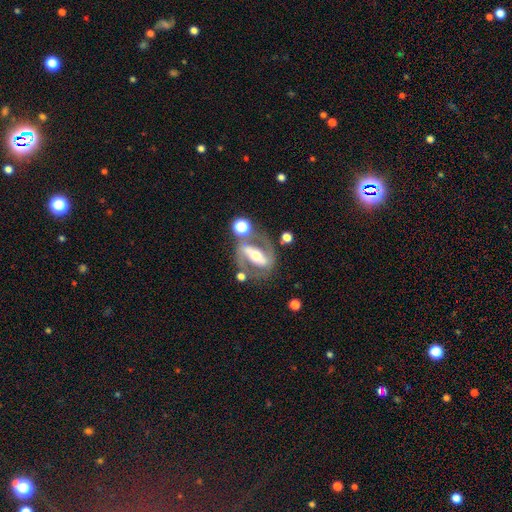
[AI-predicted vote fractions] Morphology: type=featured or disk (80%); edge-on=no (88%); bar=strong (68%); spiral arms=yes (73%); winding=medium (48%); arm count=2 (84%); bulge=moderate (65%); merging=none (61%).